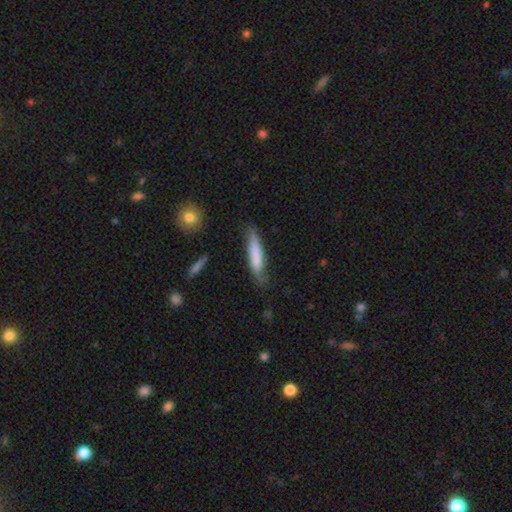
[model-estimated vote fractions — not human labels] This is likely a smooth galaxy (76%). How rounded: clearly cigar-shaped (85%). Merging: likely none (69%).